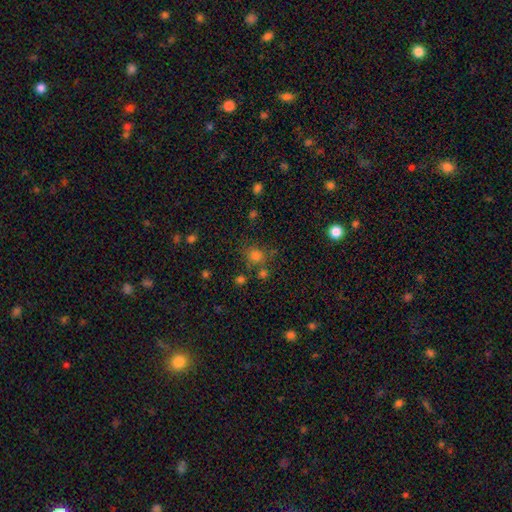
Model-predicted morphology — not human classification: Smooth or featured: smooth — 75% (star or artifact — 18%)
How rounded: round — 80% (in between — 19%)
Merging: none — 66% (merger — 15%)